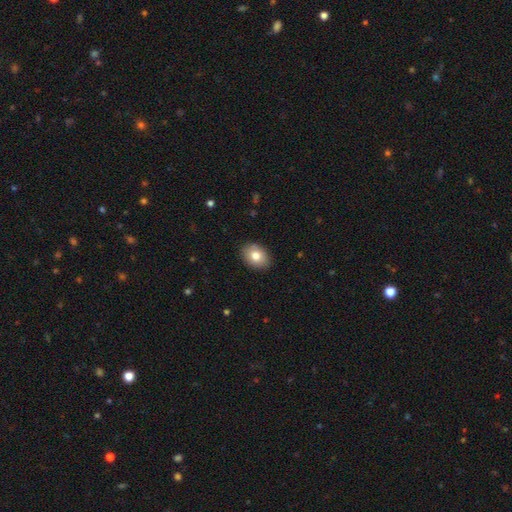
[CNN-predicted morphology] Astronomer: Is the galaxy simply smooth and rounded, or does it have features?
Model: smooth — 80%.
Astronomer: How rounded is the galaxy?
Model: in between — 75%.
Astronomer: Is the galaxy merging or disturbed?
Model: none — 89%.